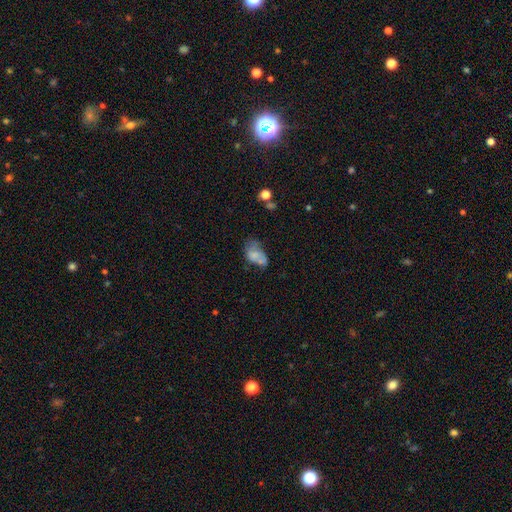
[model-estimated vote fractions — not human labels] Smooth or featured?
  - smooth: 61% *
  - featured or disk: 28%
  - star or artifact: 10%
How rounded?
  - in between: 89% *
  - round: 9%
  - cigar-shaped: 2%
Merging?
  - minor disturbance: 30% *
  - none: 29%
  - major disturbance: 25%
  - merger: 16%